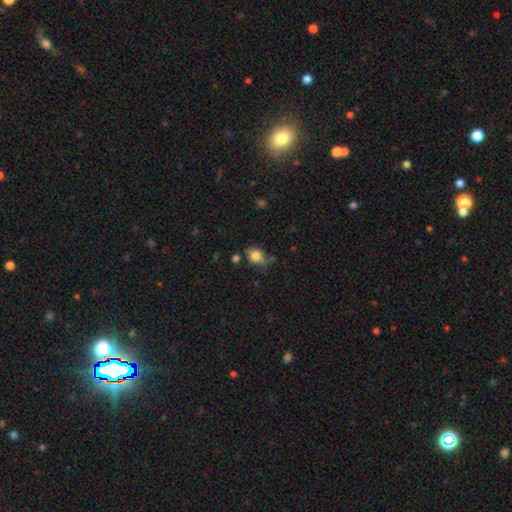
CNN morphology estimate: A smooth galaxy with no disk features (75%) that is in between round and cigar-shaped (55%). Merging: none (57%).